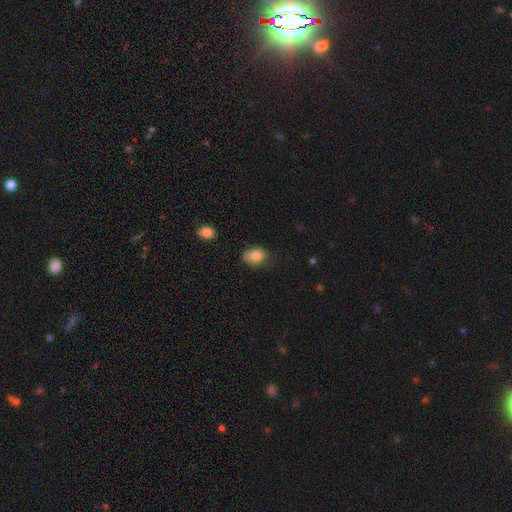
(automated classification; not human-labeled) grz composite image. It shows a smooth galaxy with no disk features (82%) that is in between round and cigar-shaped (66%). Merging: none (61%).